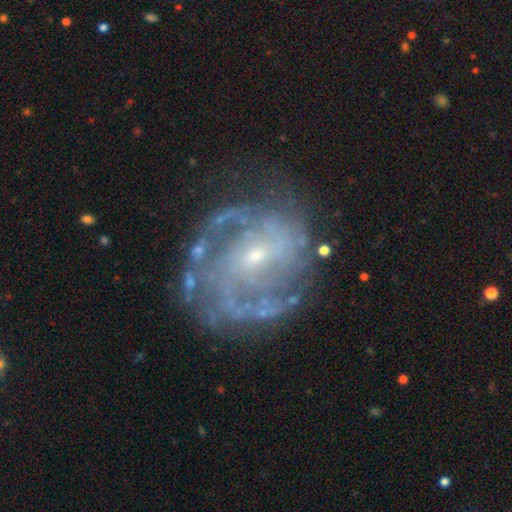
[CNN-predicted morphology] featured or disk 87%, star or artifact 8%, smooth 5%. Down the decision tree: edge-on disk — no (98%); bar — no (45%); spiral arms — yes (95%); spiral arm count — 2 (29%); spiral winding — tight (50%); bulge size — small (75%); merging — none (69%).